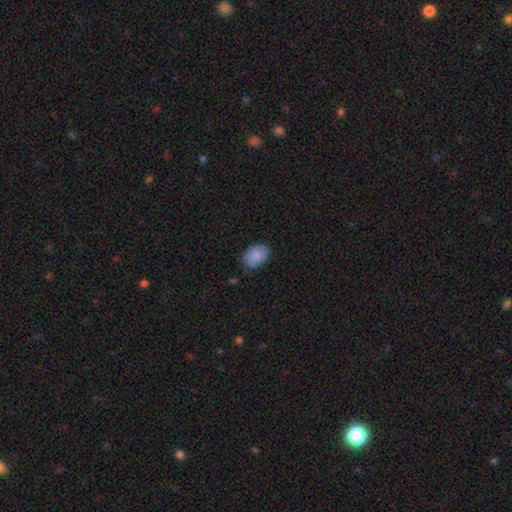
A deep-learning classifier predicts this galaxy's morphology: A smooth galaxy with no disk features (88%) that is in between round and cigar-shaped (81%).

Vote fractions:
- Smooth or featured? smooth: 88% / star or artifact: 7% / featured or disk: 5%
- How rounded? in between: 81% / round: 18% / cigar-shaped: 1%
- Merging? none: 80% / minor disturbance: 16% / major disturbance: 3% / merger: 1%